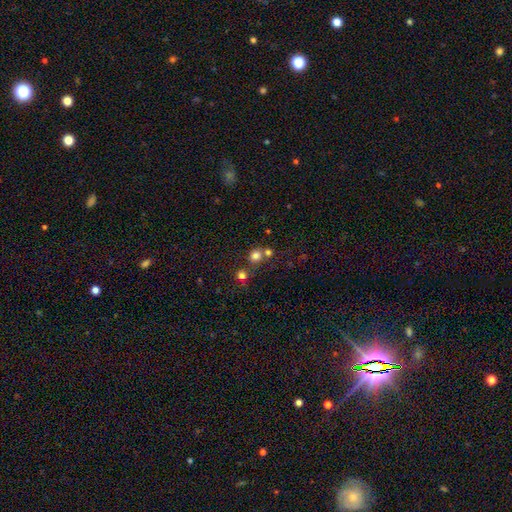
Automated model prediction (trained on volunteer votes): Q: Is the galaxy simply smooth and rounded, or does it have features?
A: smooth — 76%.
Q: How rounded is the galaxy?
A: round — 88%.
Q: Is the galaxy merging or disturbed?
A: none — 58%.